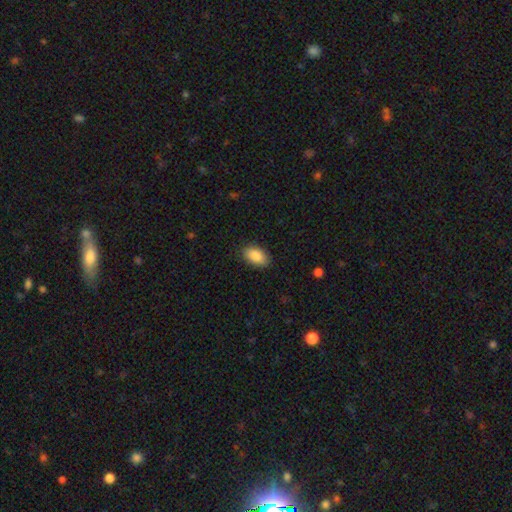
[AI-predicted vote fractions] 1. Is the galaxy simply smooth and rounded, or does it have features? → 88% smooth, 7% star or artifact, 5% featured or disk.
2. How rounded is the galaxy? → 93% in between, 4% round, 2% cigar-shaped.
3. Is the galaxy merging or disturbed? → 87% none, 10% minor disturbance, 2% major disturbance, 1% merger.